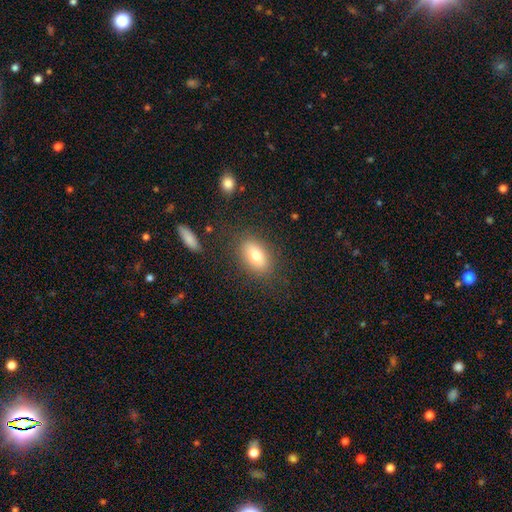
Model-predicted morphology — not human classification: Smooth or featured: smooth — 76% (featured or disk — 15%)
How rounded: in between — 85% (round — 10%)
Merging: none — 81% (minor disturbance — 11%)